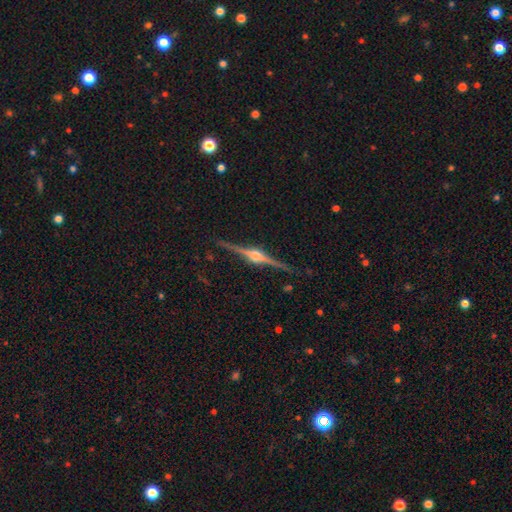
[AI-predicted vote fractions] featured or disk 89%, star or artifact 5%, smooth 5%. Down the decision tree: edge-on disk — yes (98%); edge-on bulge — rounded (96%); merging — none (90%).